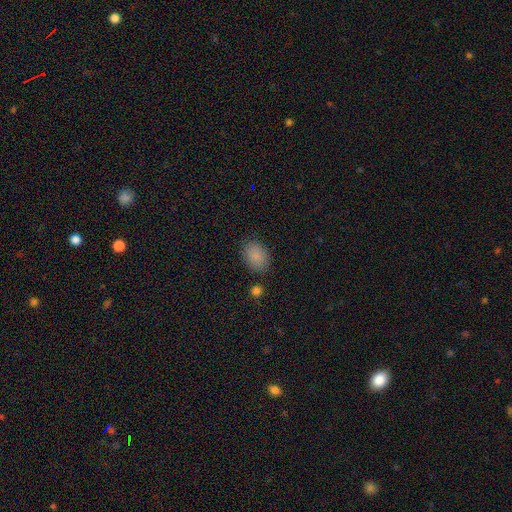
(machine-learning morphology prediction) Smooth or featured? smooth (87%)
How rounded? in between (79%)
Merging? none (85%)